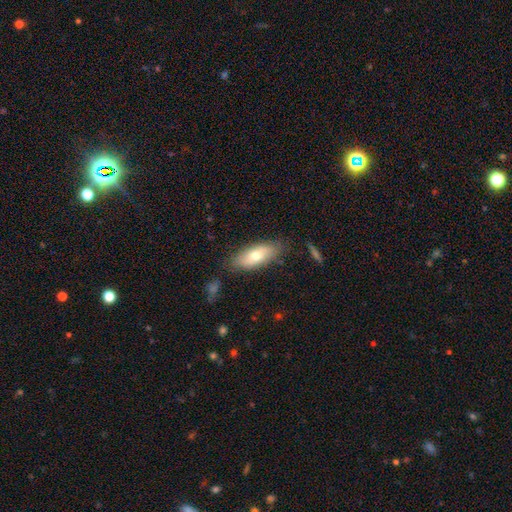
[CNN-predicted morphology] smooth_or_featured: smooth (p=0.67) [alt: featured or disk p=0.26]
how_rounded: in between (p=0.81) [alt: cigar-shaped p=0.16]
merging: none (p=0.78) [alt: minor disturbance p=0.16]